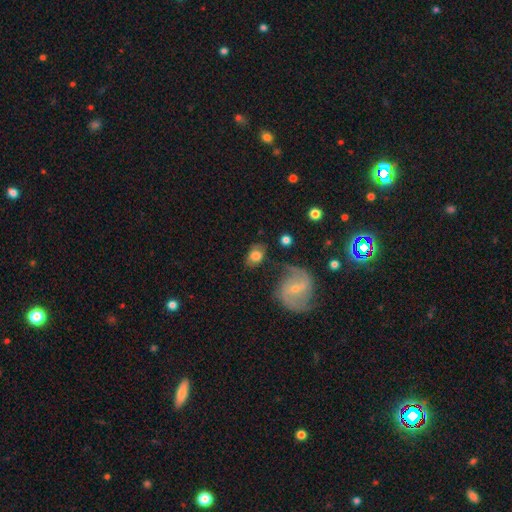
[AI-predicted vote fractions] A smooth galaxy with no disk features (68%) that is in between round and cigar-shaped (73%). Merging: none (62%).